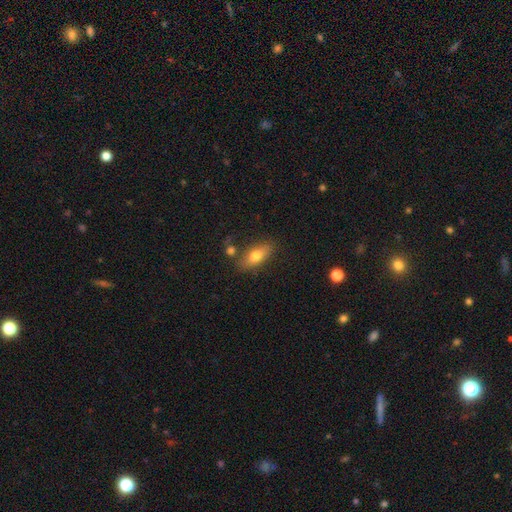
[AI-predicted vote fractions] Morphology: type=smooth (71%); roundness=in between (76%); merging=none (74%).